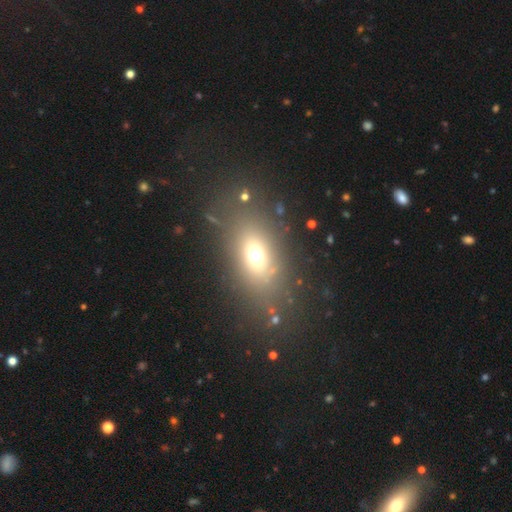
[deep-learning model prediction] The model was most divided on "how rounded": in between: 69%, round: 26%, cigar-shaped: 5%. More confident: merging — none (74%); smooth or featured — smooth (63%).